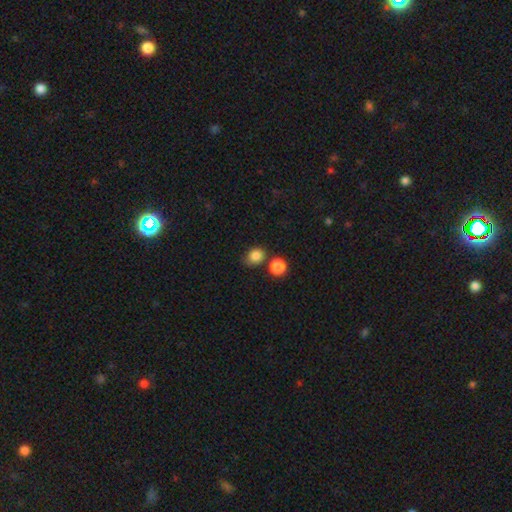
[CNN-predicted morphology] Smooth or featured: smooth — 84% (star or artifact — 11%)
How rounded: round — 68% (in between — 31%)
Merging: none — 64% (minor disturbance — 16%)